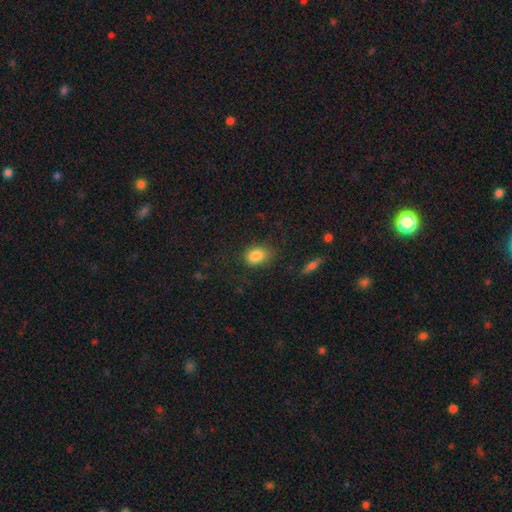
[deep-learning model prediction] Smooth or featured? smooth (85%)
How rounded? in between (73%)
Merging? none (73%)